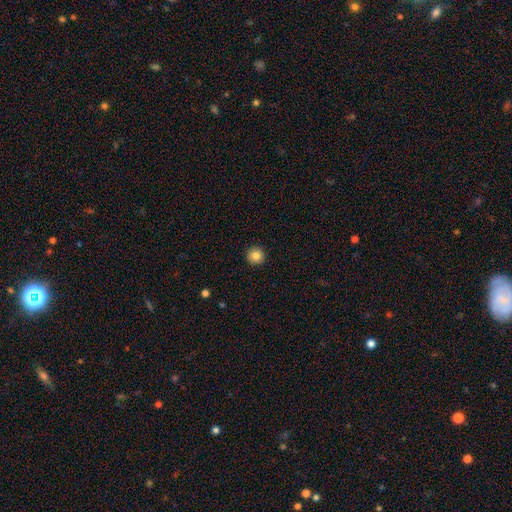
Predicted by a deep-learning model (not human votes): smooth 84%, star or artifact 10%, featured or disk 6%. Down the decision tree: how rounded — round (96%); merging — none (93%).